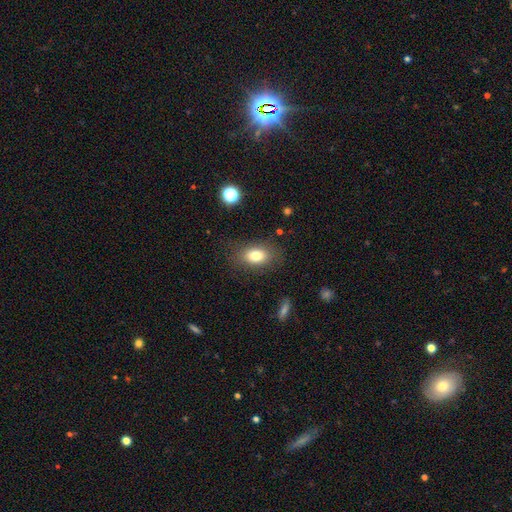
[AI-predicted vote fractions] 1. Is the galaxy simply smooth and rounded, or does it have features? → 79% smooth, 11% featured or disk, 9% star or artifact.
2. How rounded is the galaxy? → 85% in between, 13% round, 2% cigar-shaped.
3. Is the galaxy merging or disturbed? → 81% none, 12% minor disturbance, 5% major disturbance, 1% merger.